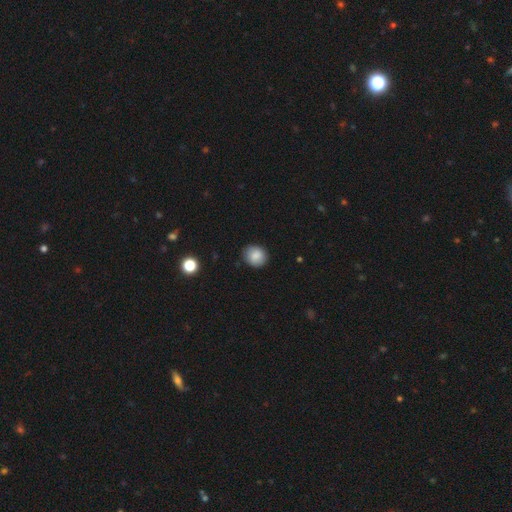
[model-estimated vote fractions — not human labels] A smooth galaxy with no disk features (85%) that is round (76%).

Vote fractions:
- Smooth or featured? smooth: 85% / star or artifact: 8% / featured or disk: 6%
- How rounded? round: 76% / in between: 23% / cigar-shaped: 1%
- Merging? none: 85% / minor disturbance: 12% / major disturbance: 2% / merger: 1%